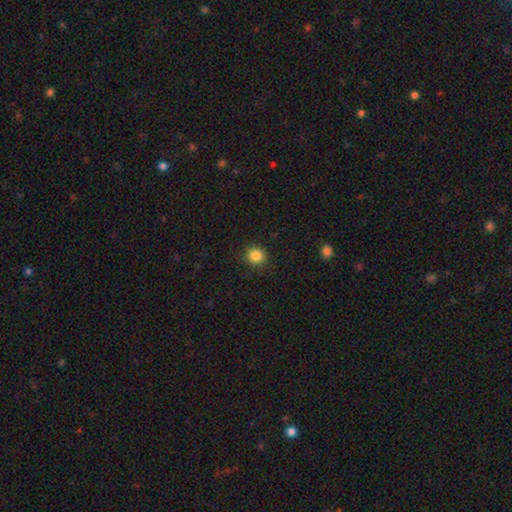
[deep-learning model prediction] smooth_or_featured: smooth (p=0.85) [alt: star or artifact p=0.11]
how_rounded: round (p=0.84) [alt: in between p=0.16]
merging: none (p=0.88) [alt: minor disturbance p=0.09]